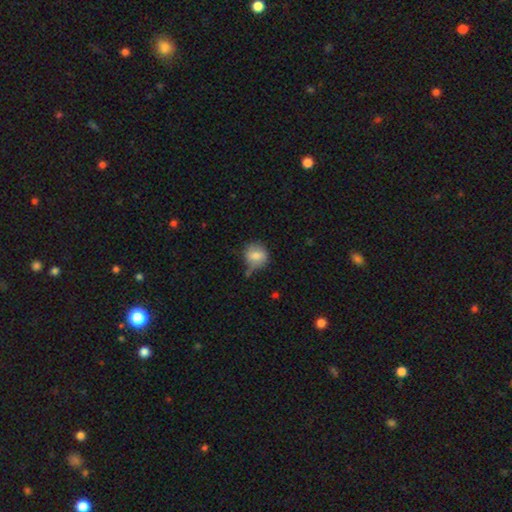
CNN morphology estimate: Smooth or featured? smooth (73%)
How rounded? round (81%)
Merging? none (53%)